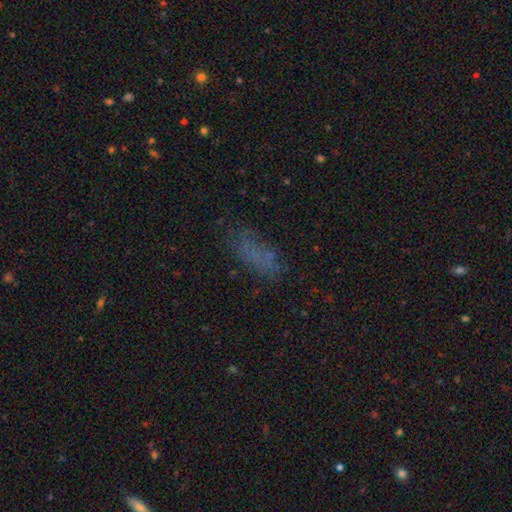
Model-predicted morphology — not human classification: smooth_or_featured: smooth (p=0.61) [alt: star or artifact p=0.22]
how_rounded: in between (p=0.65) [alt: cigar-shaped p=0.31]
merging: none (p=0.63) [alt: minor disturbance p=0.21]